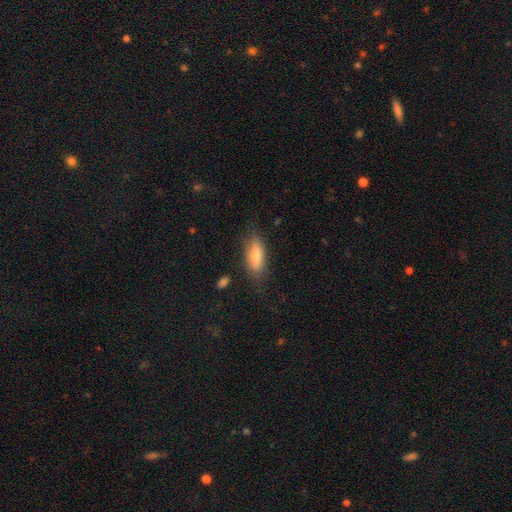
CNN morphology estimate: The model was most divided on "how rounded": in between: 64%, cigar-shaped: 33%, round: 2%. More confident: merging — none (73%); smooth or featured — smooth (72%).